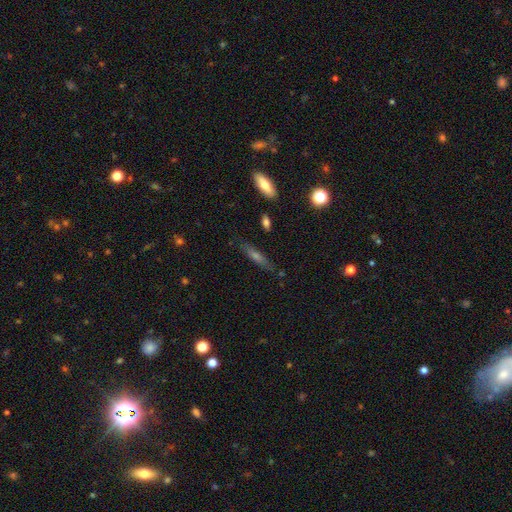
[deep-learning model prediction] Overall: featured or disk (44%; smooth 43%). Merging: none (82%).